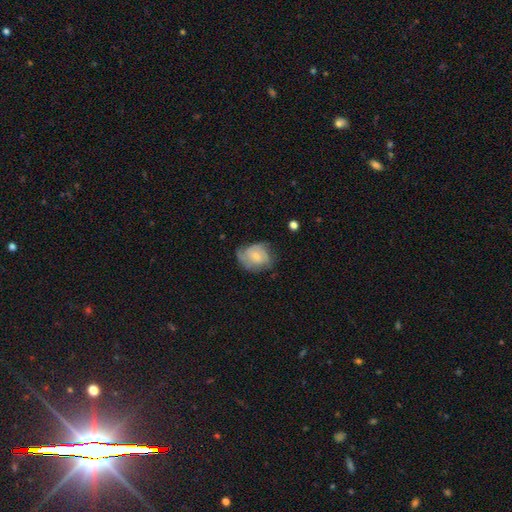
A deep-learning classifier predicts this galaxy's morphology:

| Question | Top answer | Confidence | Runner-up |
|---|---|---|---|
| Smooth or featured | featured or disk | 52% | smooth (41%) |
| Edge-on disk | no | 97% | yes (3%) |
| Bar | no | 60% | weak (34%) |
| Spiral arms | yes | 82% | no (18%) |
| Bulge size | small | 52% | moderate (36%) |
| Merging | none | 51% | minor disturbance (32%) |